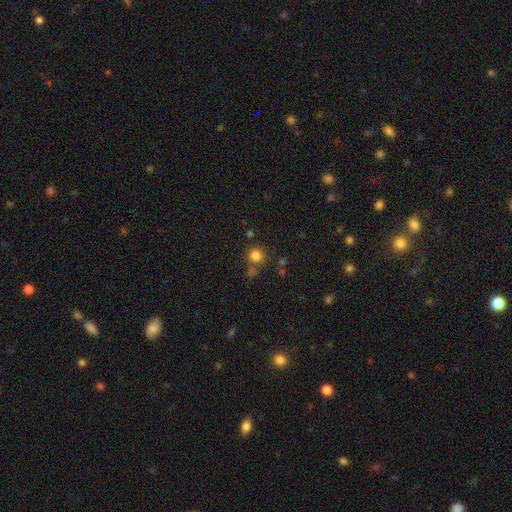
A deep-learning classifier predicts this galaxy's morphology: Q: Smooth or featured?
A: smooth (80%); runner-up: star or artifact (14%)
Q: How rounded?
A: round (91%); runner-up: in between (8%)
Q: Merging?
A: none (72%); runner-up: merger (14%)